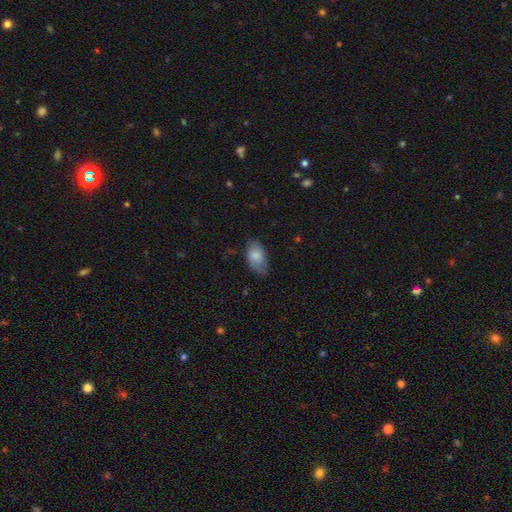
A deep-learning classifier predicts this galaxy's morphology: The model was most divided on "merging": none: 64%, minor disturbance: 28%, major disturbance: 6%, merger: 1%. More confident: how rounded — in between (93%); smooth or featured — smooth (82%).